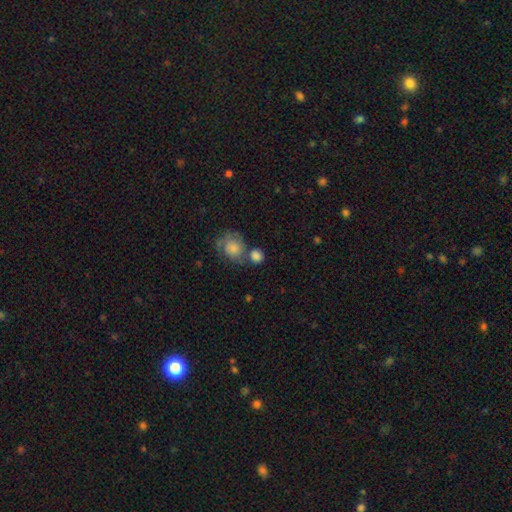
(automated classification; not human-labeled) Morphology: type=smooth (81%); roundness=round (77%); merging=none (44%).